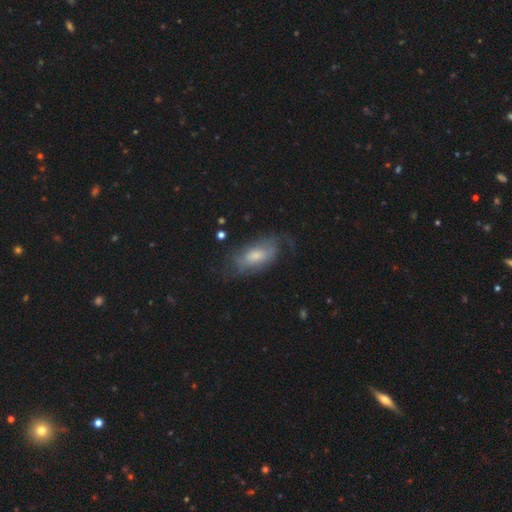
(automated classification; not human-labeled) featured or disk 52%, smooth 40%, star or artifact 7%. Down the decision tree: edge-on disk — no (90%); merging — none (53%).